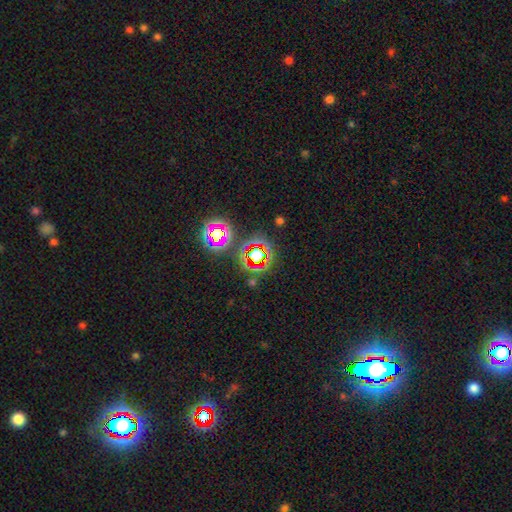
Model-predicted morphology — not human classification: type=star or artifact (62%).